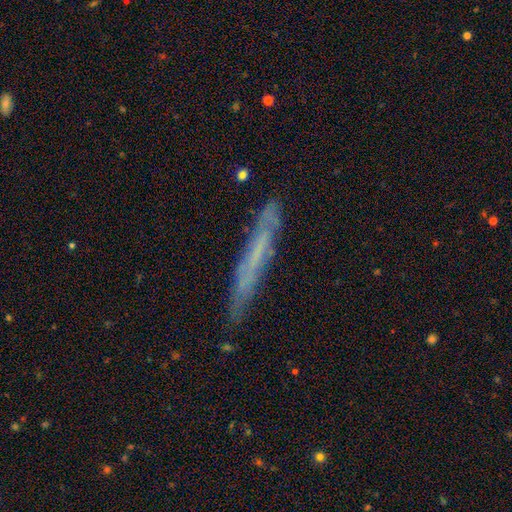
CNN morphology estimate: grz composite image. It shows a featured or disk galaxy (51%) viewed edge-on (82%). Merging: none (77%).